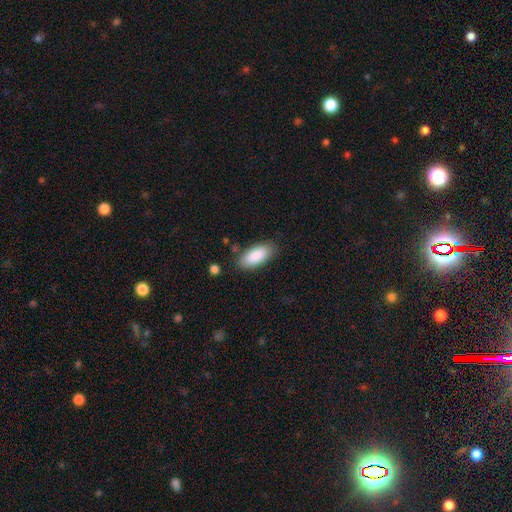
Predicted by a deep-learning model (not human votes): Q: Smooth or featured?
A: smooth (89%); runner-up: star or artifact (6%)
Q: How rounded?
A: in between (89%); runner-up: cigar-shaped (9%)
Q: Merging?
A: none (83%); runner-up: minor disturbance (12%)